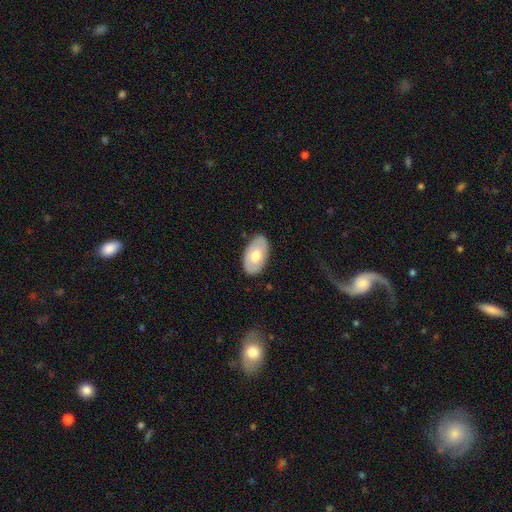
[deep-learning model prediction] Smooth or featured?
  - smooth: 56% *
  - featured or disk: 39%
  - star or artifact: 5%
How rounded?
  - in between: 94% *
  - round: 5%
  - cigar-shaped: 1%
Merging?
  - none: 84% *
  - minor disturbance: 12%
  - major disturbance: 3%
  - merger: 1%